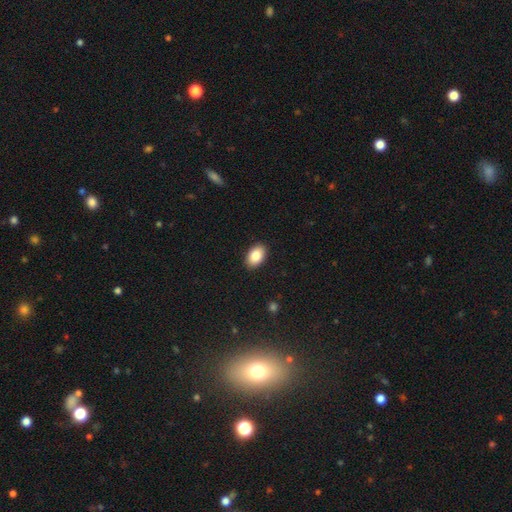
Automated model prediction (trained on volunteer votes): Smooth or featured? Predicted: smooth (p=0.86). How rounded? Predicted: in between (p=0.90). Merging? Predicted: none (p=0.90).